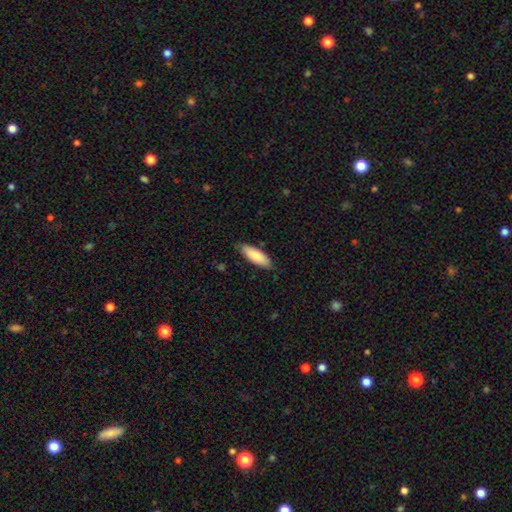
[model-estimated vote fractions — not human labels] Morphology: type=smooth (81%); roundness=in between (62%); merging=none (84%).